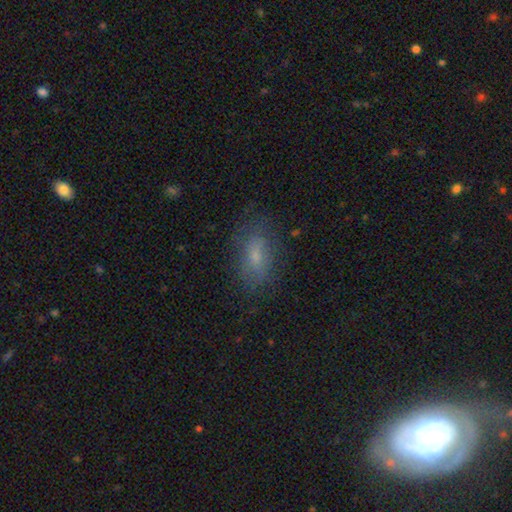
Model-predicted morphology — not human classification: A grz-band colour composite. It shows a smooth galaxy with no disk features (67%) that is in between round and cigar-shaped (83%). Merging: none (74%).